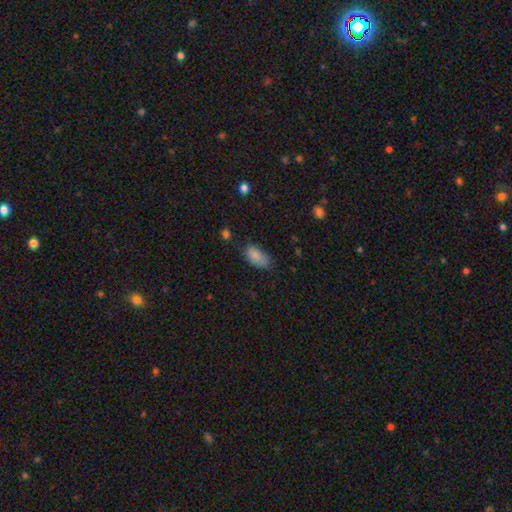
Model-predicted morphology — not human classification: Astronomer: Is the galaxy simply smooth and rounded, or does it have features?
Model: smooth — 83%.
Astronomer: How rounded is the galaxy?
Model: in between — 92%.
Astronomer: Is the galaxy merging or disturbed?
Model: none — 55% (runner-up: minor disturbance, 32%).